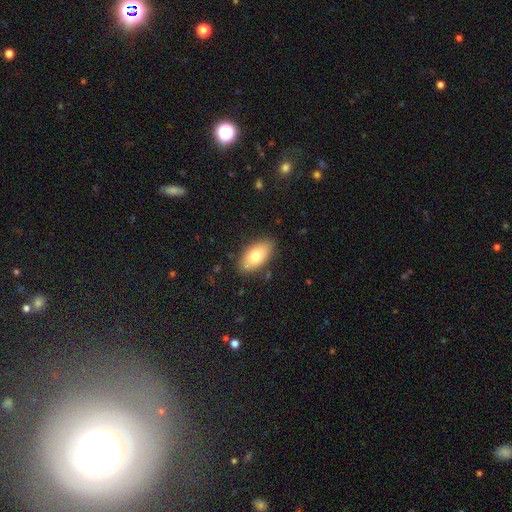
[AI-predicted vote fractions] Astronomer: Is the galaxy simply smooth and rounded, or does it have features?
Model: smooth — 77%.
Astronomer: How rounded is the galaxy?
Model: in between — 92%.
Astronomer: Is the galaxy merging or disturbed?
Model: none — 86%.